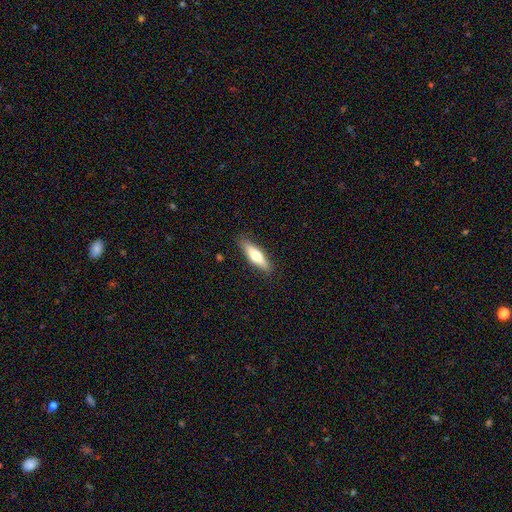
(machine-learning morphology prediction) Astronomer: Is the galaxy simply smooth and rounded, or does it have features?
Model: smooth — 57% (runner-up: featured or disk, 37%).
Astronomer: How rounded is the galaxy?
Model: cigar-shaped — 62%.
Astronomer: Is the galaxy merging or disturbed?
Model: none — 88%.